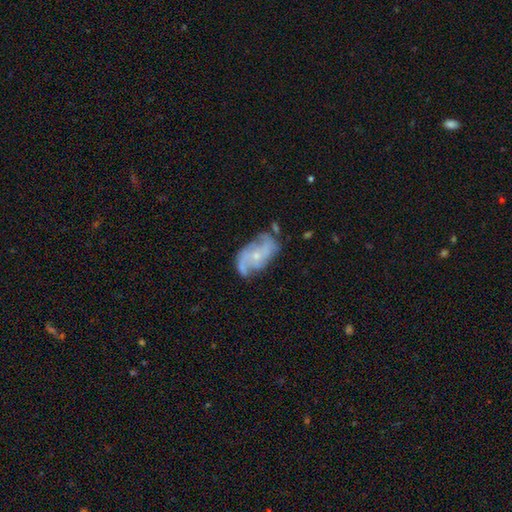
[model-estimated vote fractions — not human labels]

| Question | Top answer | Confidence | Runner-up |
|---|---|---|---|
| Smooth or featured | featured or disk | 77% | smooth (16%) |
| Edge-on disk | no | 96% | yes (4%) |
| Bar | no | 69% | weak (26%) |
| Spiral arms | yes | 88% | no (12%) |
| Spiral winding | medium | 43% | loose (31%) |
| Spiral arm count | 2 | 59% | can't tell (19%) |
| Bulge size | small | 72% | moderate (22%) |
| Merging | none | 55% | minor disturbance (27%) |